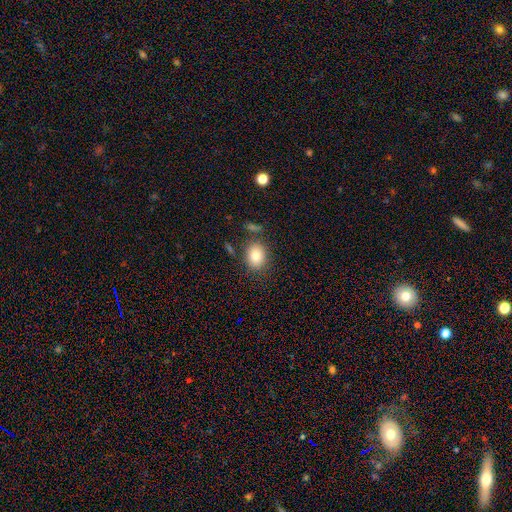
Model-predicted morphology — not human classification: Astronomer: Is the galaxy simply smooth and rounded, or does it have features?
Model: smooth — 83%.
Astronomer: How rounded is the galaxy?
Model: in between — 56% (runner-up: round, 43%).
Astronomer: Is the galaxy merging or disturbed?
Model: none — 77%.